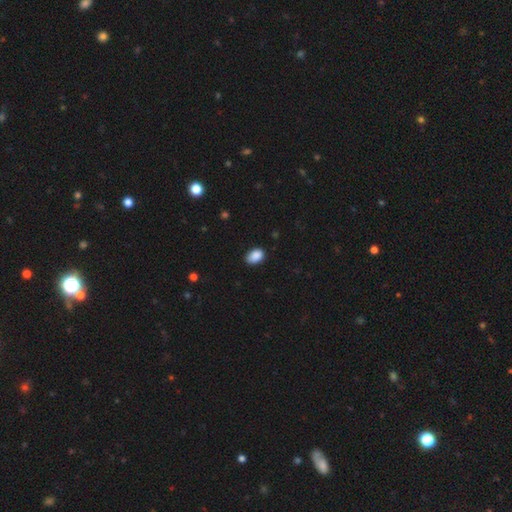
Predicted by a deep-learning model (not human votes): This is clearly a smooth galaxy (89%). How rounded: clearly in between (87%). Merging: clearly none (80%).